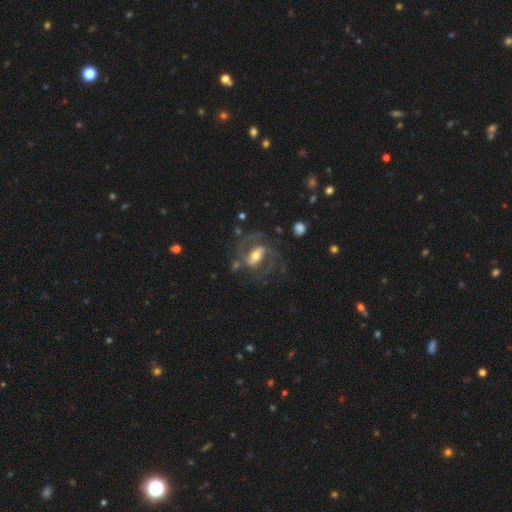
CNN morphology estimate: Smooth or featured? featured or disk (85%)
Edge-on disk? no (96%)
Bar? strong (48%)
Spiral arms? yes (93%)
Spiral winding? medium (56%)
Spiral arm count? 2 (78%)
Bulge size? moderate (62%)
Merging? none (58%)